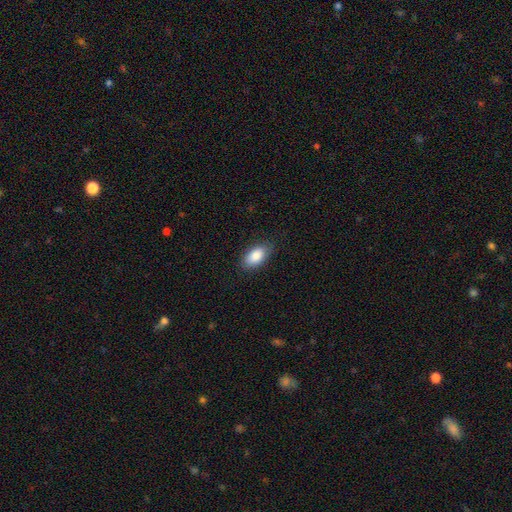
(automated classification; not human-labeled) Smooth or featured? Predicted: smooth (p=0.87). How rounded? Predicted: in between (p=0.93). Merging? Predicted: none (p=0.85).